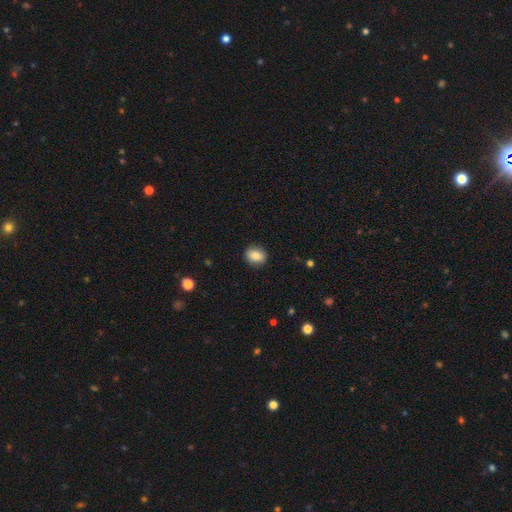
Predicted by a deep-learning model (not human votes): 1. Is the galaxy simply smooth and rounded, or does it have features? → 83% smooth, 9% featured or disk, 8% star or artifact.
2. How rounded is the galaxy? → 51% round, 48% in between, 1% cigar-shaped.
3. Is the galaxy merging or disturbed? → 88% none, 9% minor disturbance, 2% major disturbance, 1% merger.